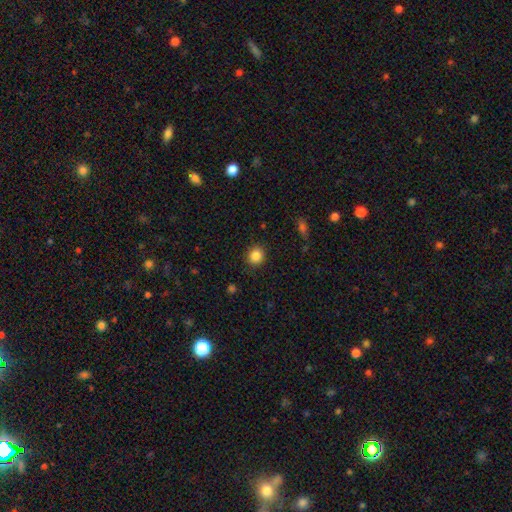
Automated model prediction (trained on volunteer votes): A smooth galaxy with no disk features (86%) that is round (83%). Merging: none (89%).